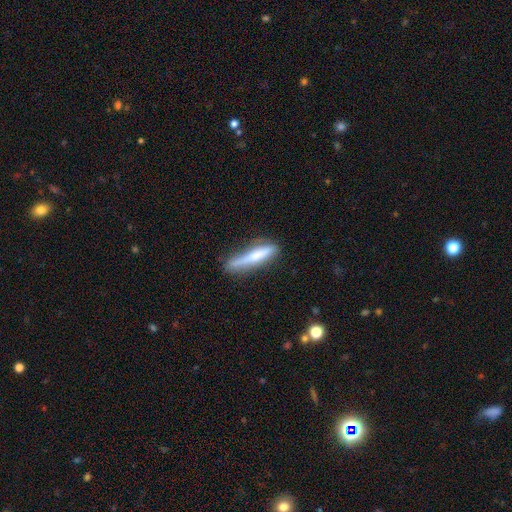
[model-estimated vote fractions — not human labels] A smooth galaxy with no disk features (63%) that is cigar-shaped (89%).

Vote fractions:
- Smooth or featured? smooth: 63% / featured or disk: 31% / star or artifact: 6%
- How rounded? cigar-shaped: 89% / in between: 9% / round: 2%
- Merging? none: 68% / minor disturbance: 22% / major disturbance: 6% / merger: 4%